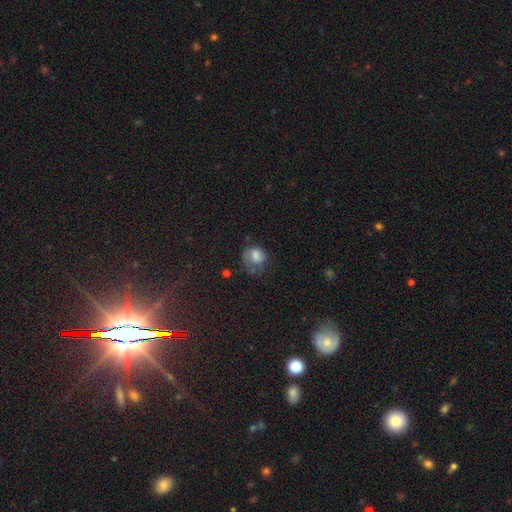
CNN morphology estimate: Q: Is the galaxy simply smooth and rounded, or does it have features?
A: smooth — 67%.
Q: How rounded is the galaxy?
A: round — 60%.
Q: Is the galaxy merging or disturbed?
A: none — 38%.